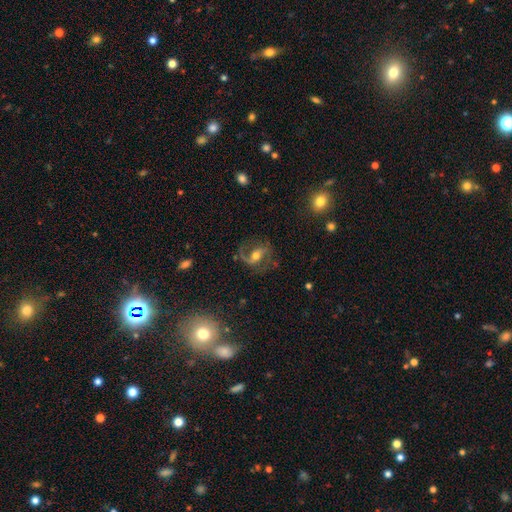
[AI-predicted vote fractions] The model was most divided on "bar": weak: 41%, strong: 33%, no: 26%. Remaining: edge-on disk — no (97%); spiral arms — yes (94%); spiral arm count — 2 (87%); smooth or featured — featured or disk (81%); merging — none (72%); bulge size — moderate (66%); spiral winding — medium (49%).